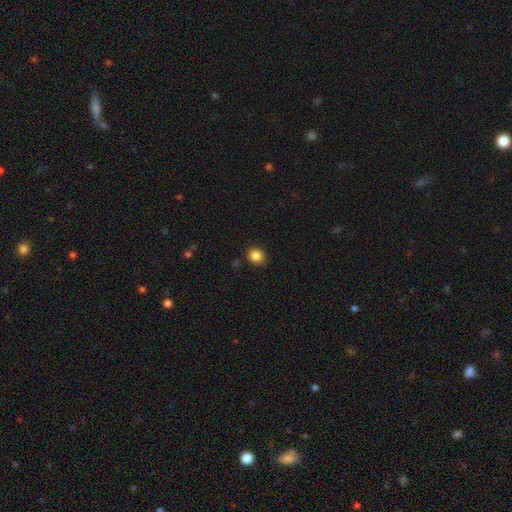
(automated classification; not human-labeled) Q: Smooth or featured?
A: smooth (86%); runner-up: star or artifact (11%)
Q: How rounded?
A: round (80%); runner-up: in between (19%)
Q: Merging?
A: none (89%); runner-up: minor disturbance (7%)